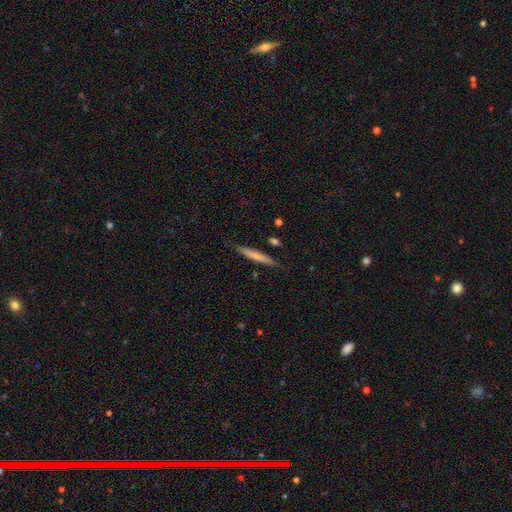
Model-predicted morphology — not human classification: Overall: smooth (66%; featured or disk 28%). How rounded: cigar-shaped (95%). Merging: none (84%).